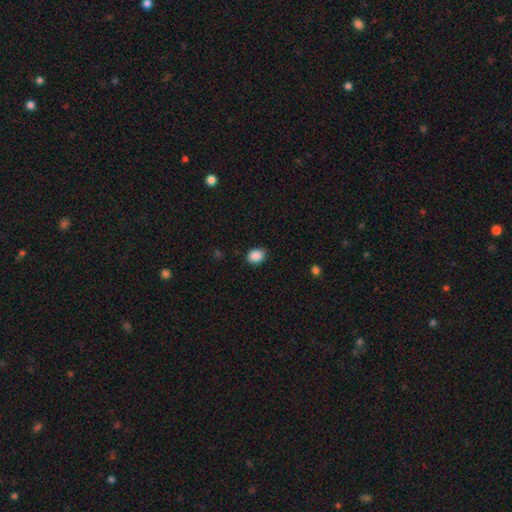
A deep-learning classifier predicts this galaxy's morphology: type=smooth (89%); roundness=in between (53%); merging=none (84%).